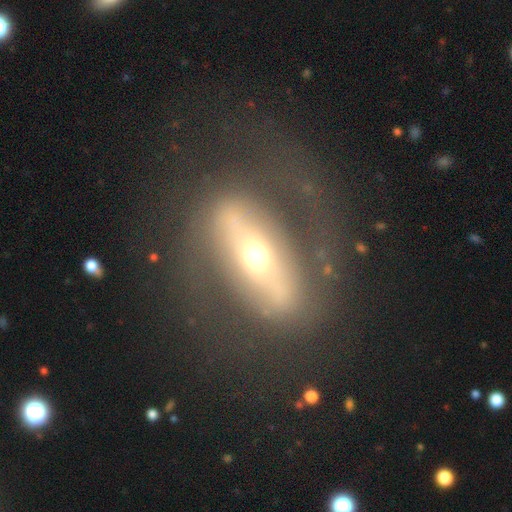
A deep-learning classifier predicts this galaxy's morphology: Smooth or featured? Predicted: featured or disk (p=0.69). Edge-on disk? Predicted: no (p=0.74). Bar? Predicted: strong (p=0.58). Spiral arms? Predicted: no (p=0.67). Bulge size? Predicted: moderate (p=0.61). Merging? Predicted: none (p=0.61).